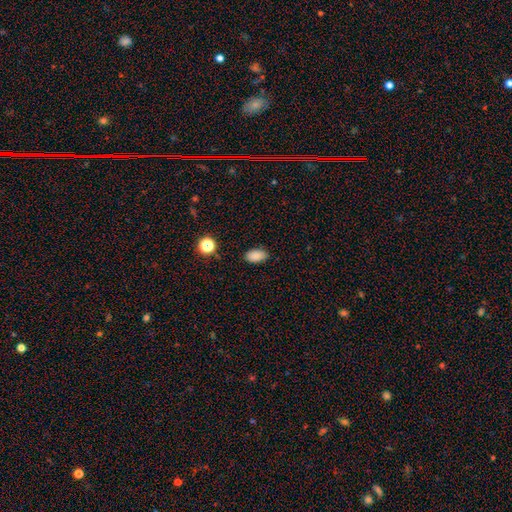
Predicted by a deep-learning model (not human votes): Morphology: type=smooth (85%); roundness=in between (91%); merging=none (85%).